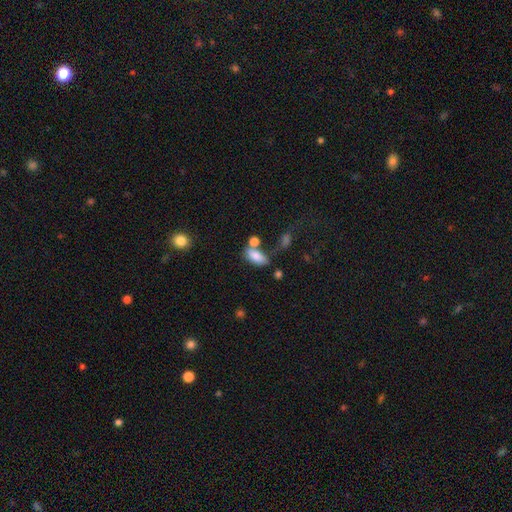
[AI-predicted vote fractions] The model was most divided on "merging": none: 41%, merger: 28%, minor disturbance: 19%, major disturbance: 12%. More confident: how rounded — in between (88%); smooth or featured — smooth (81%).